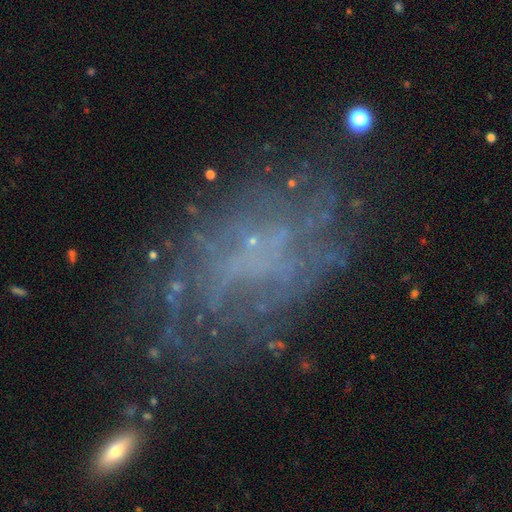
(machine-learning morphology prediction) Smooth or featured? Predicted: featured or disk (p=0.61). Edge-on disk? Predicted: no (p=0.96). Bar? Predicted: no (p=0.83). Spiral arms? Predicted: no (p=0.58). Bulge size? Predicted: none (p=0.59). Merging? Predicted: none (p=0.57).